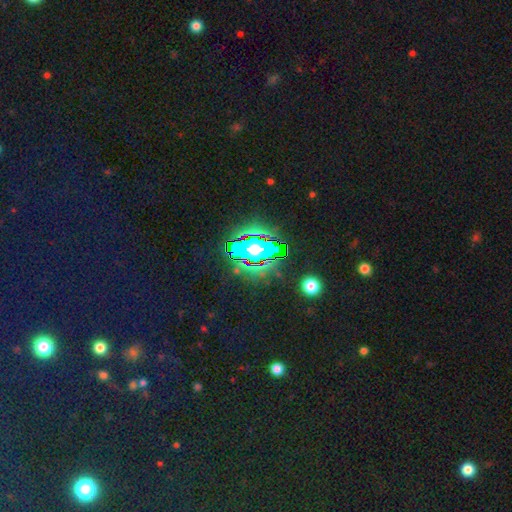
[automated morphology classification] Smooth or featured? Predicted: star or artifact (p=0.77).